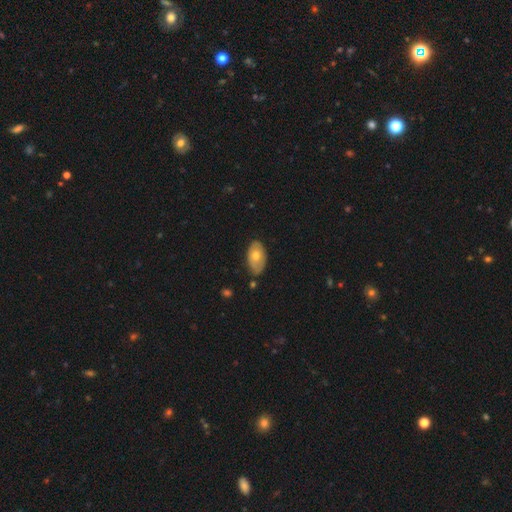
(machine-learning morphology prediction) This appears to be a smooth galaxy with no disk features (61%) that is in between round and cigar-shaped (93%). Merging: none (76%).